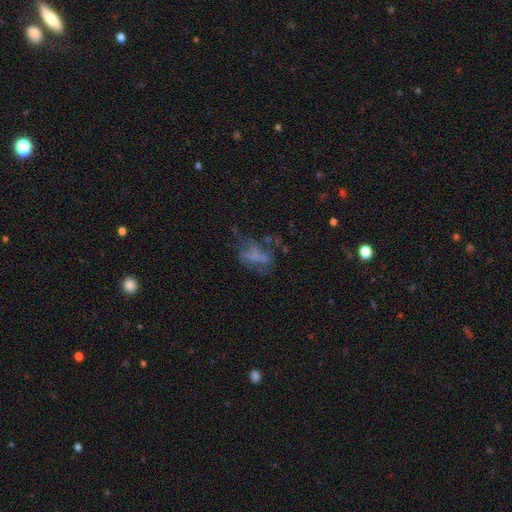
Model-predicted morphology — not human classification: smooth-or-featured: featured or disk: 45% | smooth: 35% | star or artifact: 19%
  merging: major disturbance: 37% | none: 36% | minor disturbance: 20% | merger: 7%